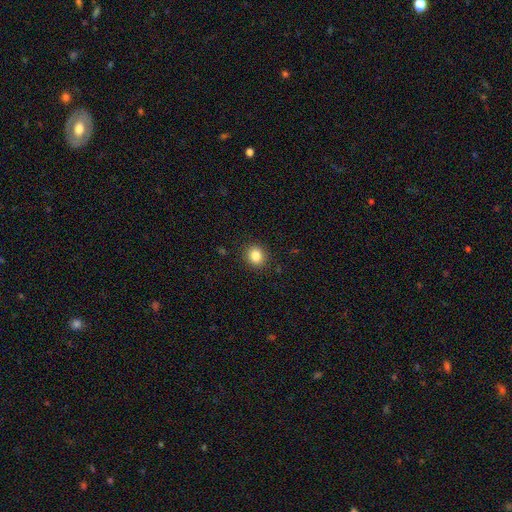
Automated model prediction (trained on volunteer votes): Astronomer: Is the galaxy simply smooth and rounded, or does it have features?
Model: smooth — 85%.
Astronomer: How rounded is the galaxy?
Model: round — 78%.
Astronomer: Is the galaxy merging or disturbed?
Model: none — 90%.